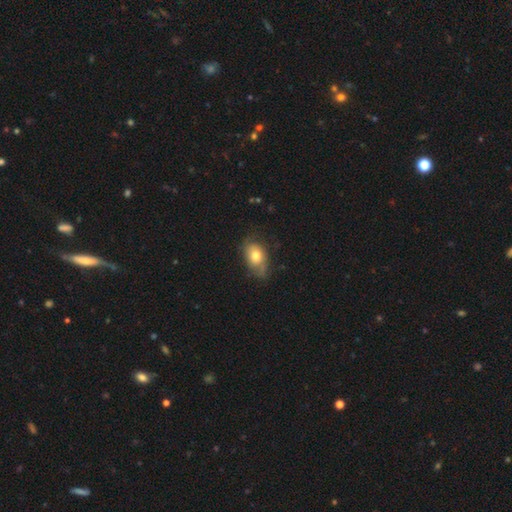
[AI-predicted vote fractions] smooth 68%, featured or disk 25%, star or artifact 8%. Down the decision tree: how rounded — in between (81%); merging — none (56%).